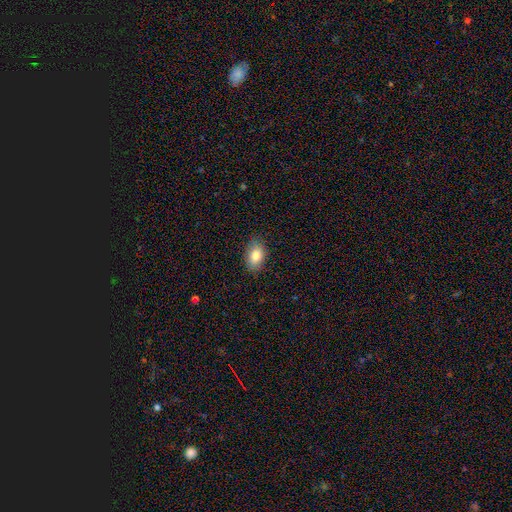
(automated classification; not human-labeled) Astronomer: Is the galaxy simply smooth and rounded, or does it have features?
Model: smooth — 82%.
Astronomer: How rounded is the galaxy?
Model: in between — 89%.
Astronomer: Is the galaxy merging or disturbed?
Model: none — 85%.